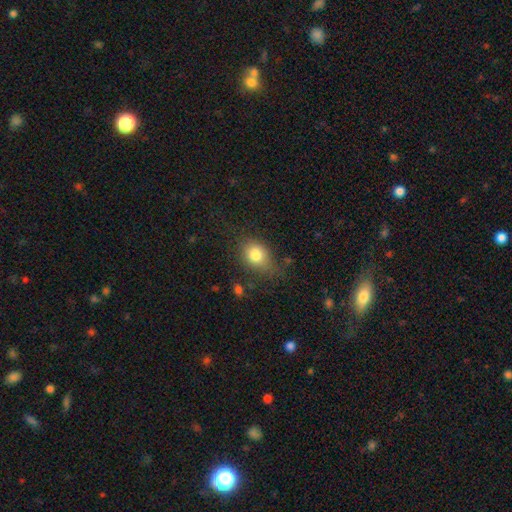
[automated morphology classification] Smooth or featured: smooth — 81% (featured or disk — 10%)
How rounded: in between — 62% (round — 36%)
Merging: none — 66% (minor disturbance — 23%)